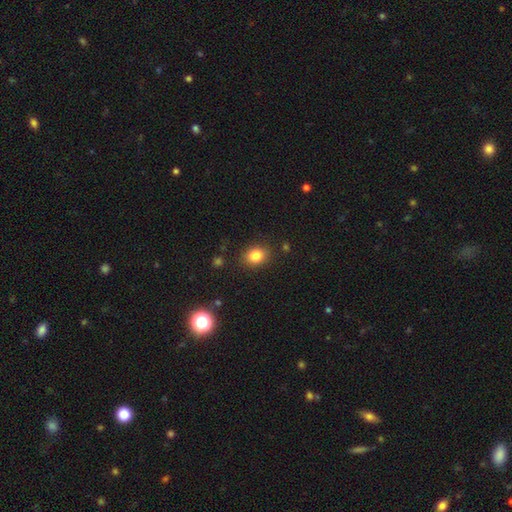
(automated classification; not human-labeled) Smooth or featured? smooth (84%)
How rounded? round (53%)
Merging? none (85%)